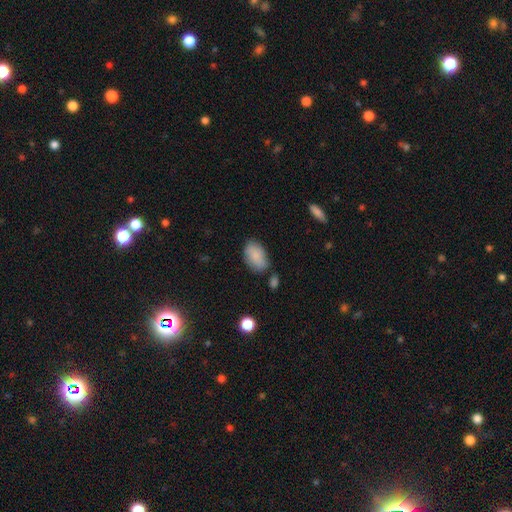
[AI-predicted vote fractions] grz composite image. It shows a smooth galaxy with no disk features (85%) that is in between round and cigar-shaped (91%). Merging: none (68%).